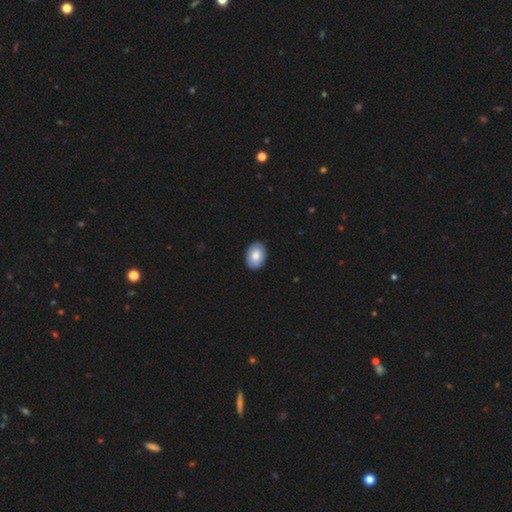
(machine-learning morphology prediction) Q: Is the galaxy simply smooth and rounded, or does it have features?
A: smooth — 78%.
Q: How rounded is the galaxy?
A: in between — 78%.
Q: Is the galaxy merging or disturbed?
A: none — 88%.